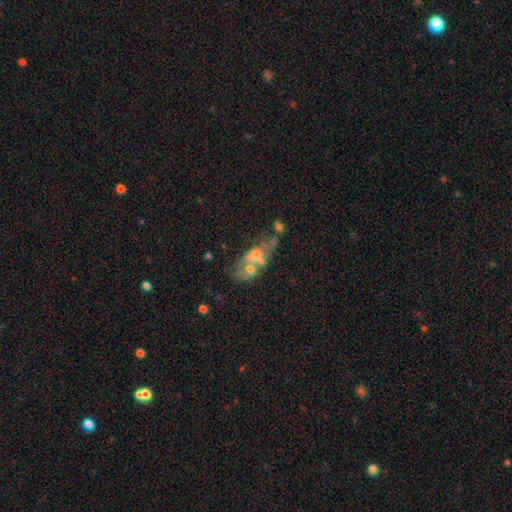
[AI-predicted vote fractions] A featured or disk galaxy (49%). Merging: merger (43%).